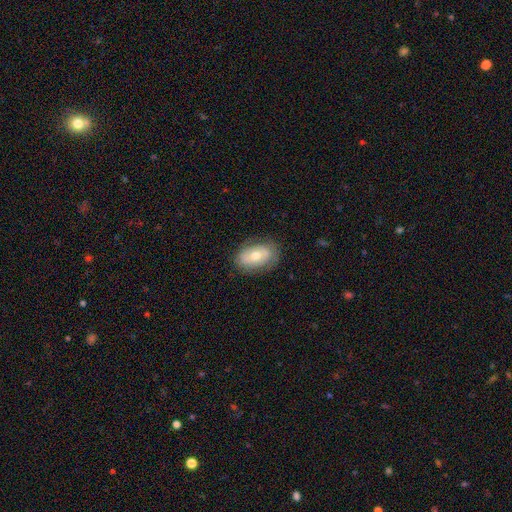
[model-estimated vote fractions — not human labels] Smooth or featured? smooth (57%)
How rounded? in between (88%)
Merging? none (78%)